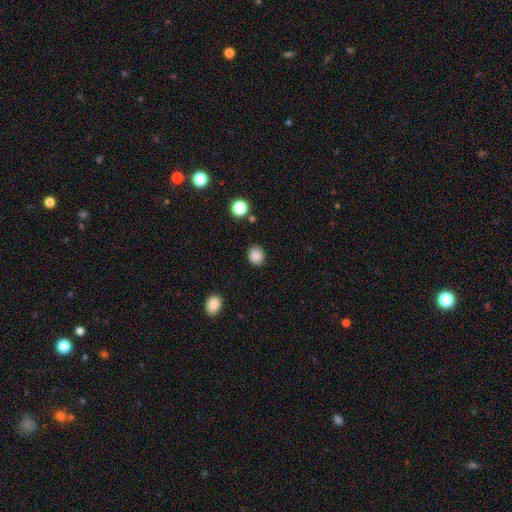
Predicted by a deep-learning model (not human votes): Morphology: type=smooth (86%); roundness=round (82%); merging=none (87%).